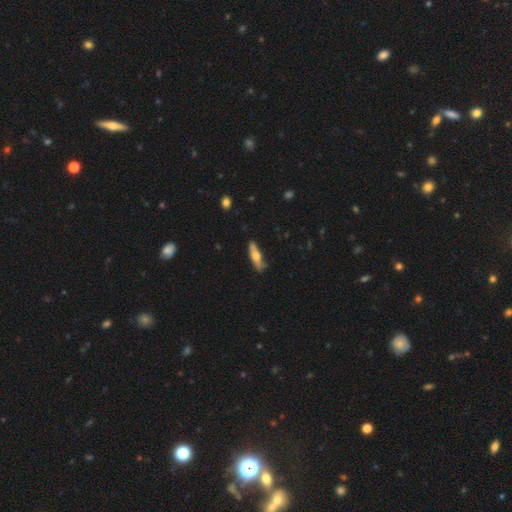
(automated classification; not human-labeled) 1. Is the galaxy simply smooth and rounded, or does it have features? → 51% smooth, 43% featured or disk, 5% star or artifact.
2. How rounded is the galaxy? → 68% cigar-shaped, 30% in between, 2% round.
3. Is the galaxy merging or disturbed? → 75% none, 19% minor disturbance, 4% major disturbance, 2% merger.